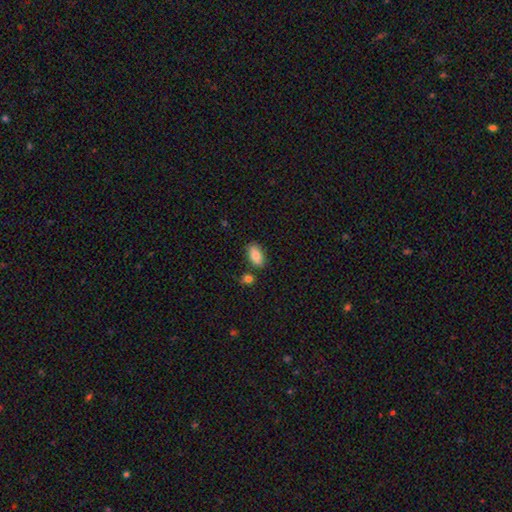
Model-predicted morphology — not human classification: A smooth galaxy with no disk features (85%) that is in between round and cigar-shaped (93%).

Vote fractions:
- Smooth or featured? smooth: 85% / featured or disk: 8% / star or artifact: 7%
- How rounded? in between: 93% / round: 4% / cigar-shaped: 3%
- Merging? none: 78% / minor disturbance: 13% / merger: 7% / major disturbance: 3%